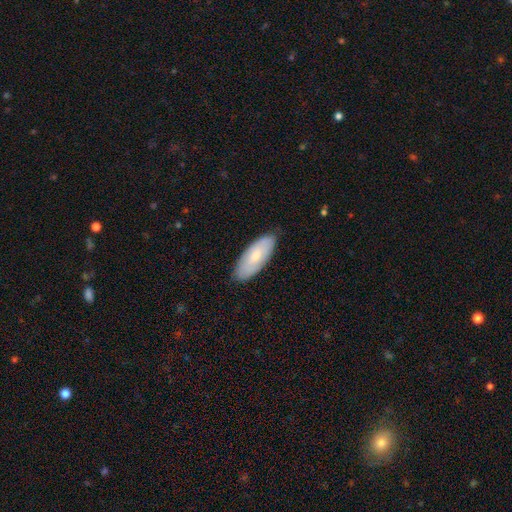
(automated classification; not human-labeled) smooth 69%, featured or disk 26%, star or artifact 5%. Down the decision tree: how rounded — in between (80%); merging — none (84%).